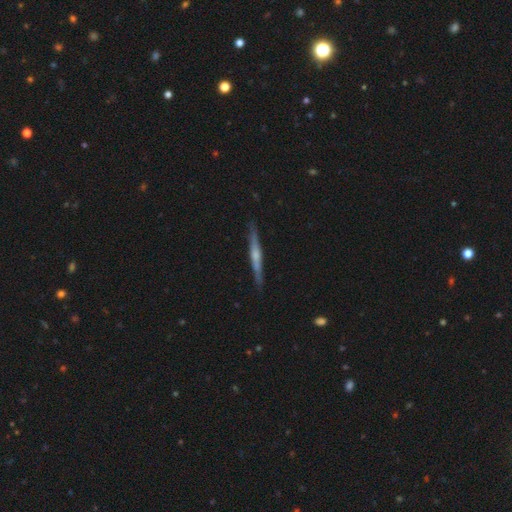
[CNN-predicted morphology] This is likely a featured or disk galaxy (64%). It is clearly viewed edge-on (97%). Edge-on bulge: likely rounded (61%). Merging: clearly none (88%).